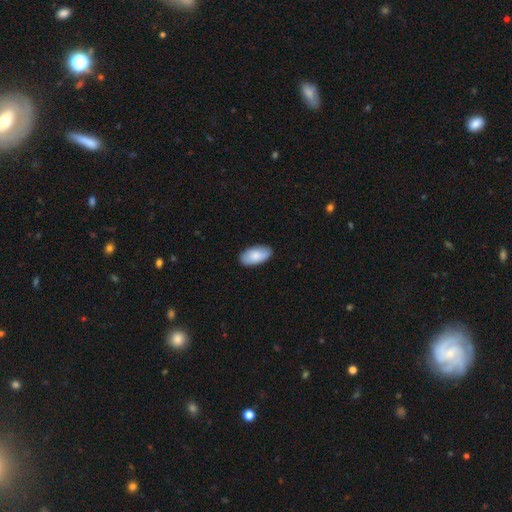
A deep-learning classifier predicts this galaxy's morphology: smooth-or-featured: smooth: 84% | featured or disk: 10% | star or artifact: 6%
  how-rounded: in between: 95% | cigar-shaped: 3% | round: 2%
  merging: none: 87% | minor disturbance: 10% | major disturbance: 2% | merger: 1%